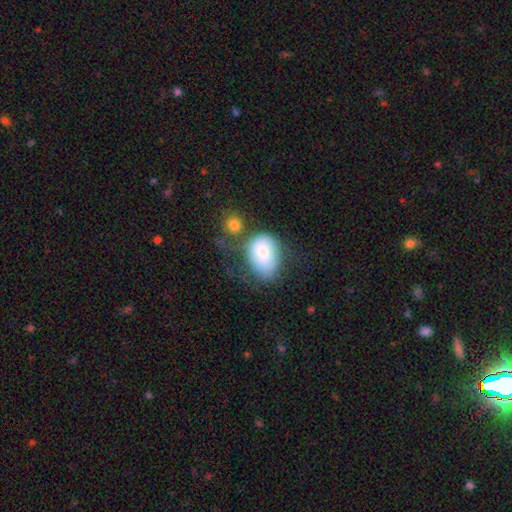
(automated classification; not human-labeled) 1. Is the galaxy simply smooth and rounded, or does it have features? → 62% smooth, 31% featured or disk, 7% star or artifact.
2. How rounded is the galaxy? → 59% in between, 40% round, 1% cigar-shaped.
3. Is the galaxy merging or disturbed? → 39% none, 25% minor disturbance, 19% major disturbance, 17% merger.